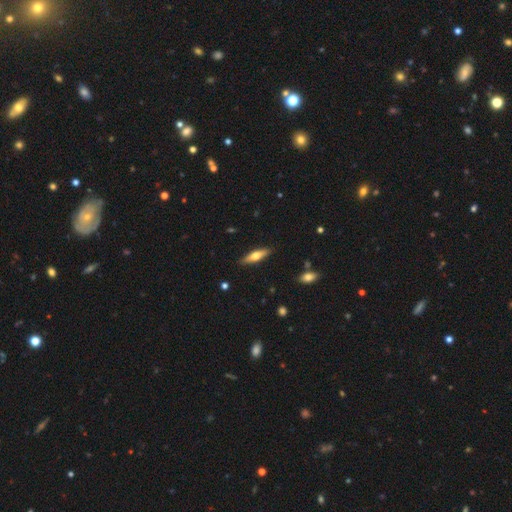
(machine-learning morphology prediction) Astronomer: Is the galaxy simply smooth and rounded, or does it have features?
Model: smooth — 54% (runner-up: featured or disk, 40%).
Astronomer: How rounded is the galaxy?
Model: cigar-shaped — 67%.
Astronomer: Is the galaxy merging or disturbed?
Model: none — 88%.